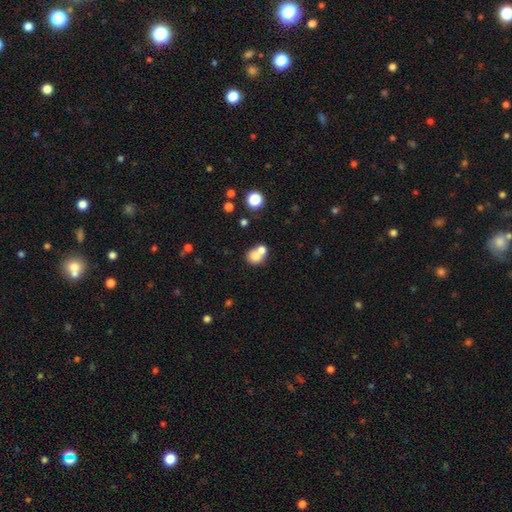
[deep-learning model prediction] Smooth or featured?
  - smooth: 74% *
  - featured or disk: 15%
  - star or artifact: 11%
How rounded?
  - round: 73% *
  - in between: 26%
  - cigar-shaped: 1%
Merging?
  - merger: 57% *
  - none: 33%
  - minor disturbance: 7%
  - major disturbance: 3%